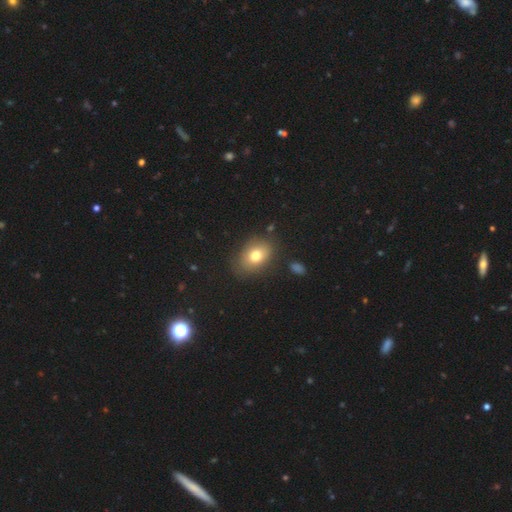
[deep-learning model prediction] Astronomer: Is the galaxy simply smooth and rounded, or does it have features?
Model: smooth — 75%.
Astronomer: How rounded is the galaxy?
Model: in between — 73%.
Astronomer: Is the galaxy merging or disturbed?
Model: none — 79%.